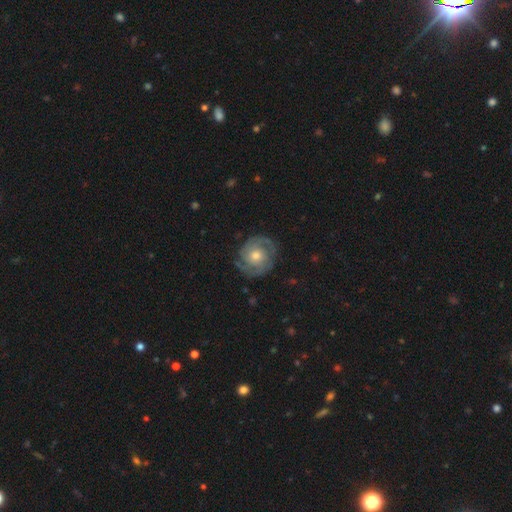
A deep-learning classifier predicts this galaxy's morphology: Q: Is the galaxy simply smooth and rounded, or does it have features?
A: featured or disk — 82%.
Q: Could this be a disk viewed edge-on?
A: no — 98%.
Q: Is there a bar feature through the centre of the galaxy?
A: no — 77%.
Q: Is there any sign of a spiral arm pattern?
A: yes — 95%.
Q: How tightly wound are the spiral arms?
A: tight — 61%.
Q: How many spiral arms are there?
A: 2 — 72%.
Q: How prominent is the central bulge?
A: moderate — 69%.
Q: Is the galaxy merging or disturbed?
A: none — 82%.